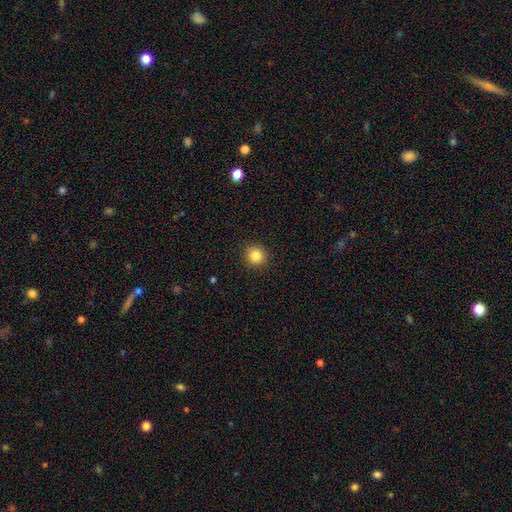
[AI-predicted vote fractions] Smooth or featured?
  - smooth: 84% *
  - star or artifact: 11%
  - featured or disk: 5%
How rounded?
  - round: 91% *
  - in between: 8%
  - cigar-shaped: 1%
Merging?
  - none: 92% *
  - minor disturbance: 5%
  - major disturbance: 2%
  - merger: 1%